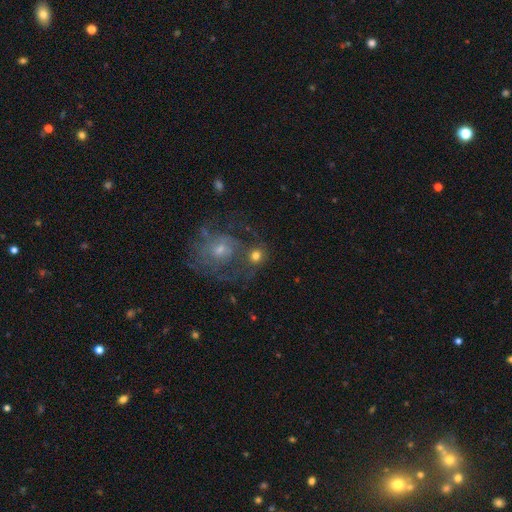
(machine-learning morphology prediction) This appears to be a smooth galaxy with no disk features (57%) that is round (81%). Merging: none (50%).